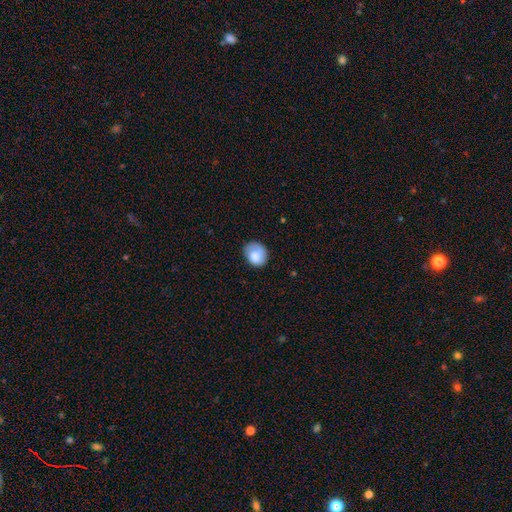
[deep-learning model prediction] smooth_or_featured: smooth (p=0.79) [alt: featured or disk p=0.14]
how_rounded: round (p=0.61) [alt: in between p=0.39]
merging: none (p=0.67) [alt: minor disturbance p=0.24]